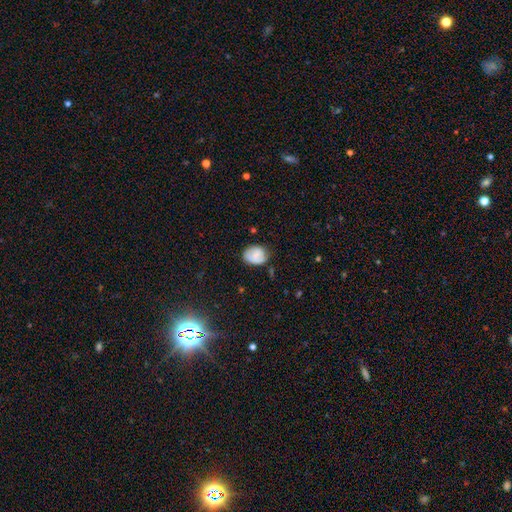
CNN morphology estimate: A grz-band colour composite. It shows a smooth galaxy with no disk features (70%) that is in between round and cigar-shaped (60%). Merging: none (63%).